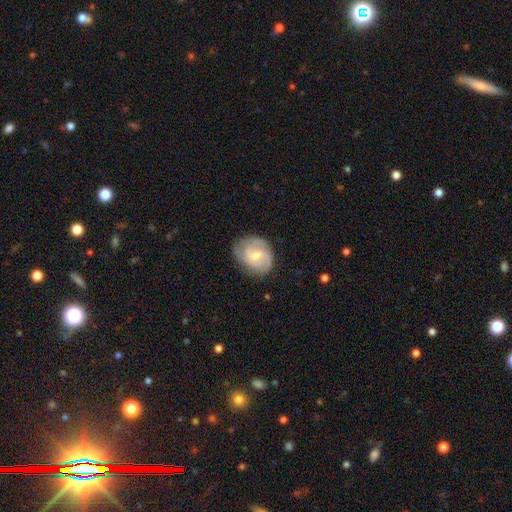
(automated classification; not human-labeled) A featured or disk galaxy (71%) with a weak bar (51%), 2 (43%) tight (48%) spiral arms (91%) and a moderate central bulge (55%).

Vote fractions:
- Smooth or featured? featured or disk: 71% / smooth: 23% / star or artifact: 5%
- Edge-on disk? no: 98% / yes: 2%
- Bar? weak: 51% / no: 41% / strong: 9%
- Spiral arms? yes: 91% / no: 9%
- Spiral winding? tight: 48% / medium: 40% / loose: 12%
- Spiral arm count? 2: 43% / can't tell: 24% / 3: 22% / 1: 4% / 4: 4% / more than 4: 3%
- Bulge size? moderate: 55% / small: 40% / large: 2% / none: 2% / dominant: 1%
- Merging? none: 70% / minor disturbance: 22% / major disturbance: 7% / merger: 1%